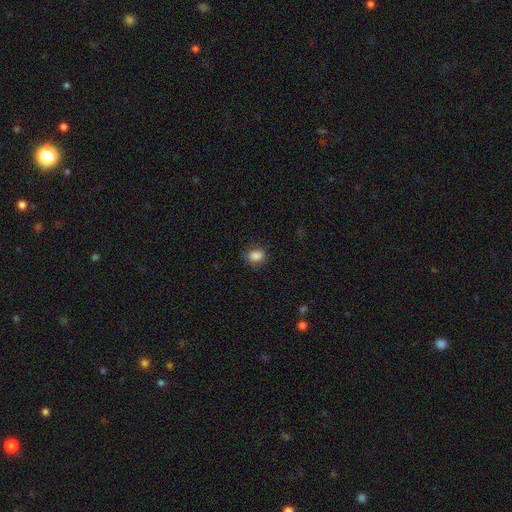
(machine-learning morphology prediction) Q: Smooth or featured?
A: smooth (85%); runner-up: star or artifact (9%)
Q: How rounded?
A: in between (65%); runner-up: round (33%)
Q: Merging?
A: none (76%); runner-up: minor disturbance (17%)